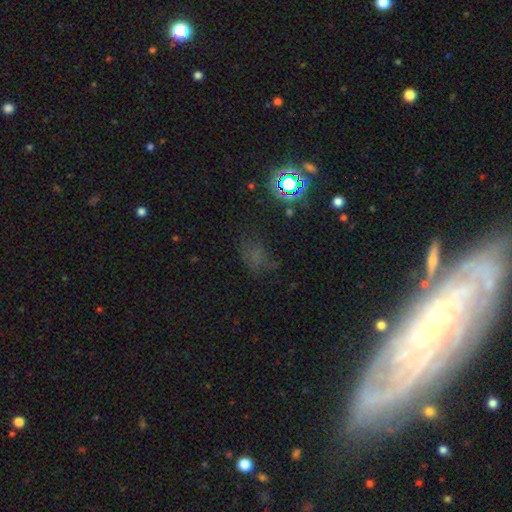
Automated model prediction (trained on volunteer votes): This is marginally a smooth galaxy (44%). Merging: possibly none (57%).